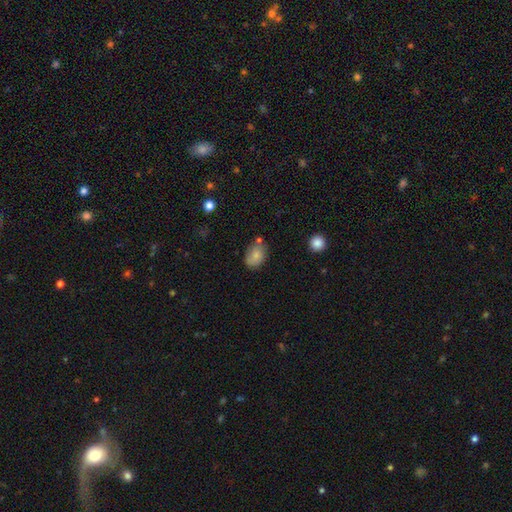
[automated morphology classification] smooth_or_featured: smooth (p=0.79) [alt: featured or disk p=0.12]
how_rounded: in between (p=0.79) [alt: round p=0.20]
merging: none (p=0.63) [alt: minor disturbance p=0.23]